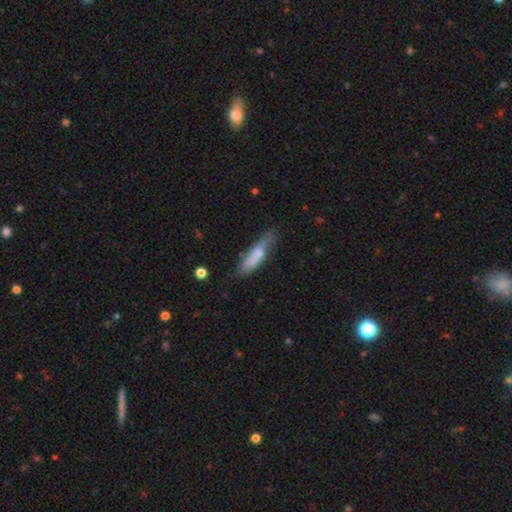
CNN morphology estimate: Smooth or featured?
  - smooth: 68% *
  - featured or disk: 25%
  - star or artifact: 6%
How rounded?
  - cigar-shaped: 71% *
  - in between: 27%
  - round: 2%
Merging?
  - none: 58% *
  - minor disturbance: 29%
  - major disturbance: 9%
  - merger: 4%